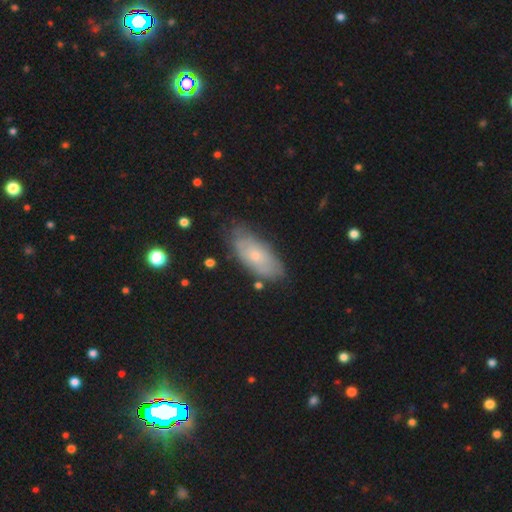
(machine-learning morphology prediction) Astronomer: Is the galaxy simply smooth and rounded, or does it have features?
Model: smooth — 55% (runner-up: featured or disk, 38%).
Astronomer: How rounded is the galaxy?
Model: in between — 85%.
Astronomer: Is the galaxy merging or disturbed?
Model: none — 70%.